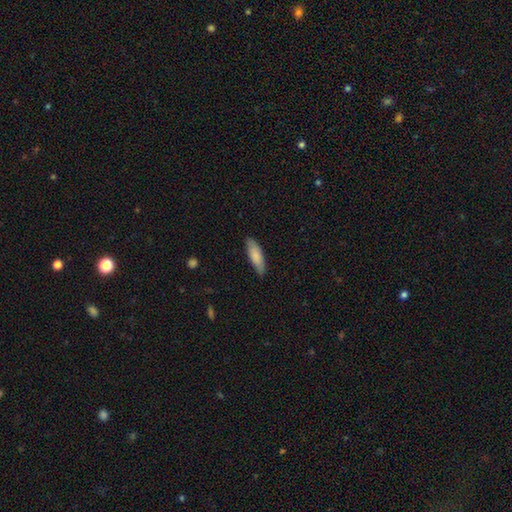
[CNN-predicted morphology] A smooth galaxy with no disk features (83%) that is cigar-shaped (50%). Merging: none (83%).